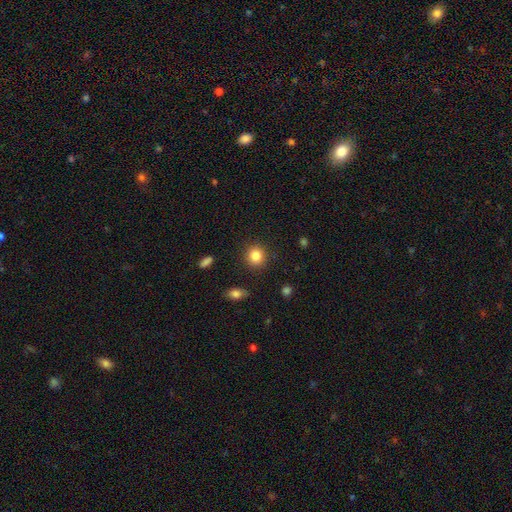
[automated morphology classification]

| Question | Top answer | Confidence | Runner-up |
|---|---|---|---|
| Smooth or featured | smooth | 84% | star or artifact (10%) |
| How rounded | round | 87% | in between (12%) |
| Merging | none | 89% | minor disturbance (7%) |